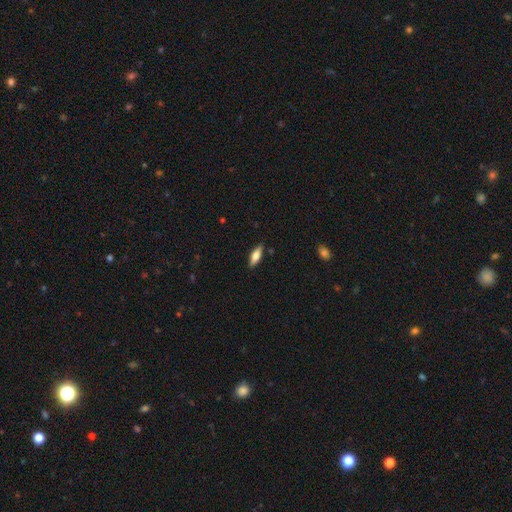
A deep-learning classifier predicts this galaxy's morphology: Q: Smooth or featured?
A: smooth (63%); runner-up: featured or disk (31%)
Q: How rounded?
A: in between (59%); runner-up: cigar-shaped (39%)
Q: Merging?
A: none (86%); runner-up: minor disturbance (10%)